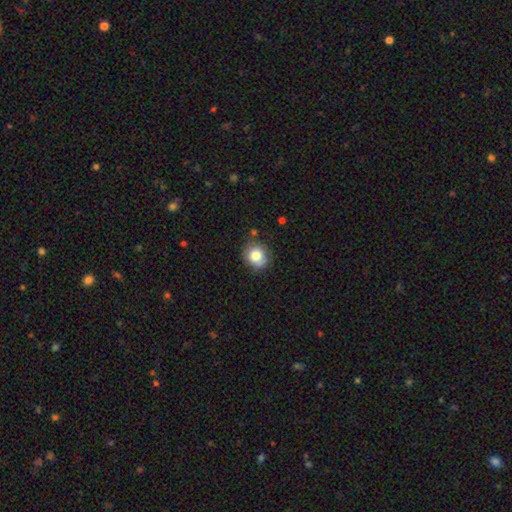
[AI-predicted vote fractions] smooth 78%, featured or disk 12%, star or artifact 10%. Down the decision tree: how rounded — round (81%); merging — none (73%).